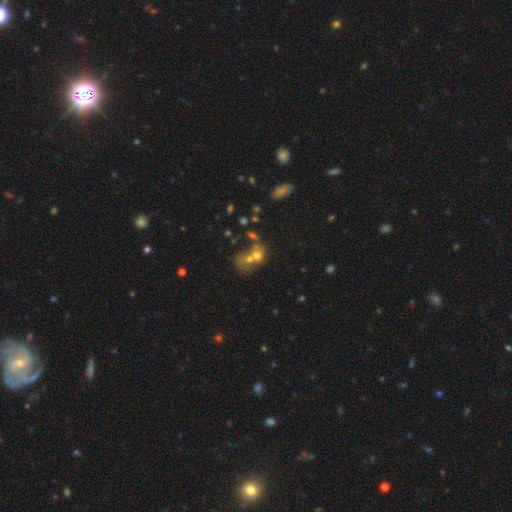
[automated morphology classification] Smooth or featured?
  - smooth: 55% *
  - featured or disk: 25%
  - star or artifact: 20%
How rounded?
  - round: 56% *
  - in between: 42%
  - cigar-shaped: 2%
Merging?
  - merger: 63% *
  - none: 22%
  - major disturbance: 8%
  - minor disturbance: 7%